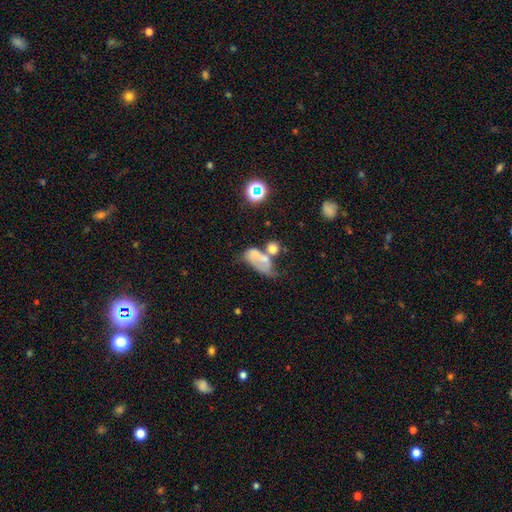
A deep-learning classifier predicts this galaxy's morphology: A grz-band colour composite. It shows a smooth galaxy with no disk features (43%). Merging: merger (35%).